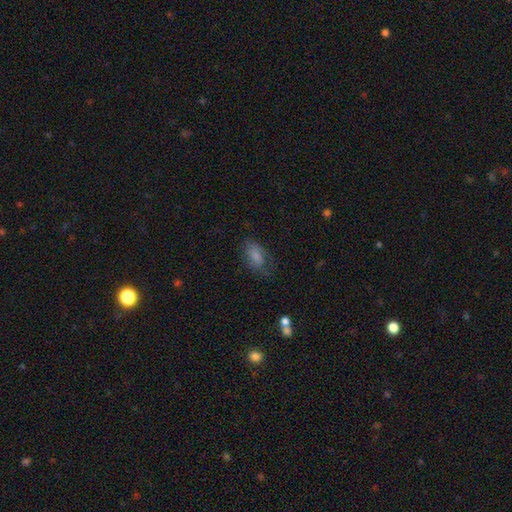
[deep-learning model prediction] The model was most divided on "merging": none: 58%, minor disturbance: 25%, major disturbance: 15%, merger: 2%. More confident: how rounded — in between (89%); smooth or featured — smooth (74%).